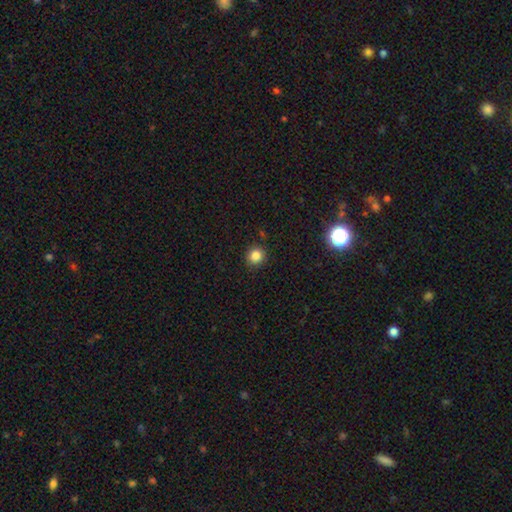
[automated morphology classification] Smooth or featured: smooth — 84% (star or artifact — 12%)
How rounded: round — 91% (in between — 8%)
Merging: none — 89% (minor disturbance — 7%)